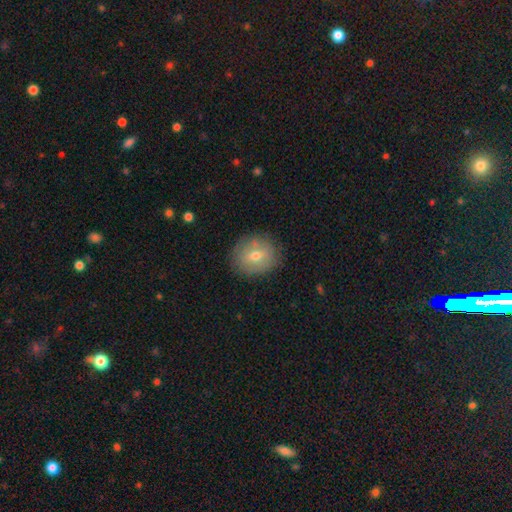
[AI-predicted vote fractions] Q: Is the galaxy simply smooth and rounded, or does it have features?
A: smooth — 63%.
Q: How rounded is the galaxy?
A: round — 70%.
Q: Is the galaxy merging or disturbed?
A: none — 83%.